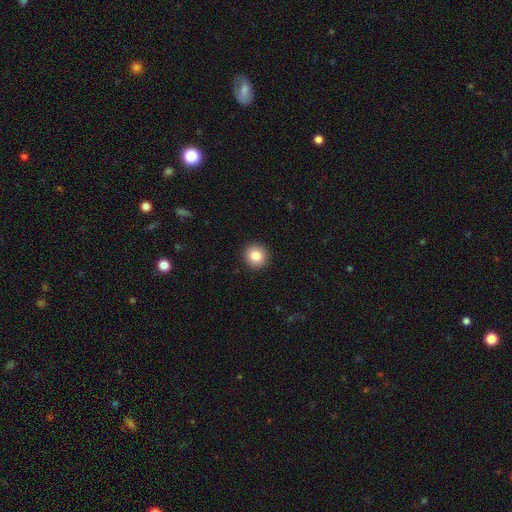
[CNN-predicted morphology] Smooth or featured? Predicted: smooth (p=0.84). How rounded? Predicted: round (p=0.92). Merging? Predicted: none (p=0.93).